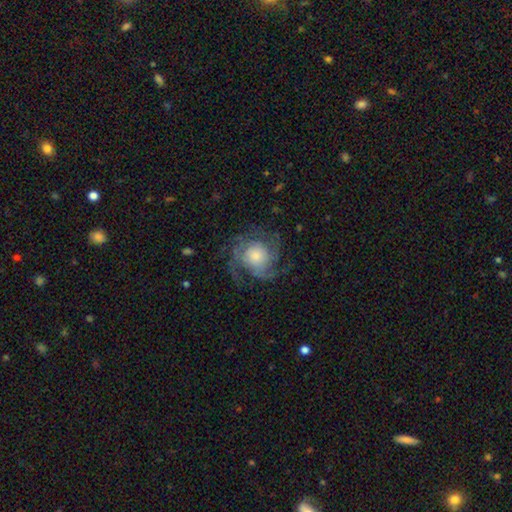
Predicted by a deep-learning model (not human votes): smooth-or-featured: featured or disk: 78% | smooth: 15% | star or artifact: 7%
  disk-edge-on: no: 98% | yes: 2%
    bar: no: 80% | weak: 17% | strong: 3%
    has-spiral-arms: yes: 94% | no: 6%
      spiral-winding: tight: 45% | medium: 41% | loose: 14%
      spiral-arm-count: 3: 30% | can't tell: 23% | 2: 18% | 4: 15% | more than 4: 7% | 1: 7%
    bulge-size: moderate: 37% | large: 31% | small: 23% | dominant: 4% | none: 4%
  merging: none: 69% | minor disturbance: 16% | major disturbance: 14% | merger: 1%